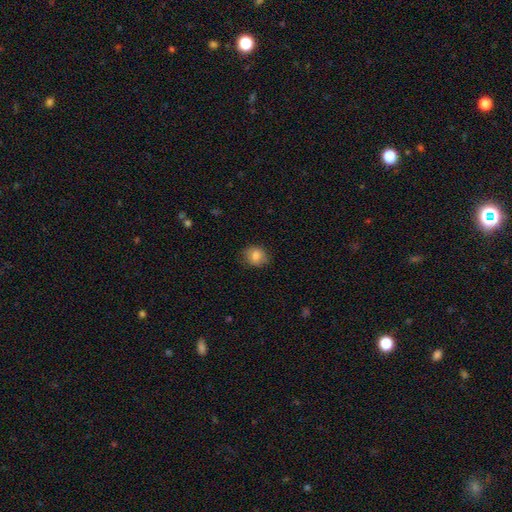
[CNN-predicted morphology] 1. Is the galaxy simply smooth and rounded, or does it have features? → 79% smooth, 12% featured or disk, 9% star or artifact.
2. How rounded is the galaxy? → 60% round, 39% in between, 1% cigar-shaped.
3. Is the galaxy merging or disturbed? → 80% none, 15% minor disturbance, 4% major disturbance, 1% merger.